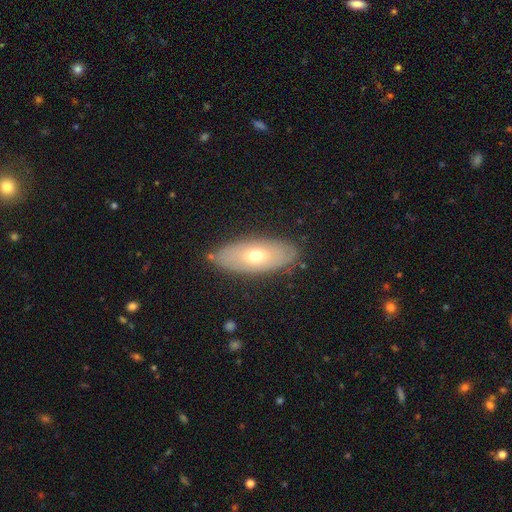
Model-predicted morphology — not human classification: Smooth or featured? Predicted: smooth (p=0.56). How rounded? Predicted: in between (p=0.82). Merging? Predicted: none (p=0.83).